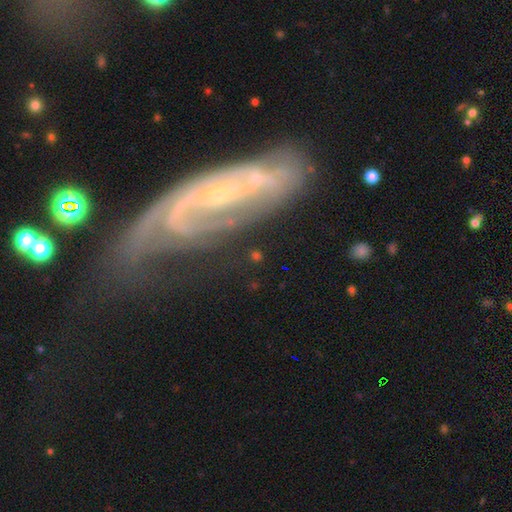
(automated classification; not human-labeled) Smooth or featured?
  - featured or disk: 59% *
  - smooth: 26%
  - star or artifact: 15%
Edge-on disk?
  - no: 85% *
  - yes: 15%
Bar?
  - strong: 37% *
  - weak: 34%
  - no: 29%
Spiral arms?
  - yes: 82% *
  - no: 18%
Bulge size?
  - small: 48% *
  - moderate: 38%
  - large: 6%
  - none: 5%
  - dominant: 3%
Merging?
  - none: 69% *
  - minor disturbance: 16%
  - major disturbance: 9%
  - merger: 5%